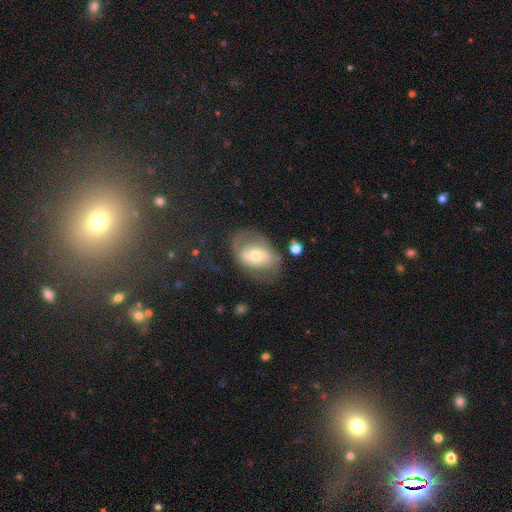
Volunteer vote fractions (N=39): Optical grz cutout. It shows a smooth galaxy with no disk features (54%) that is in between round and cigar-shaped (81%). Merging: none (62%).